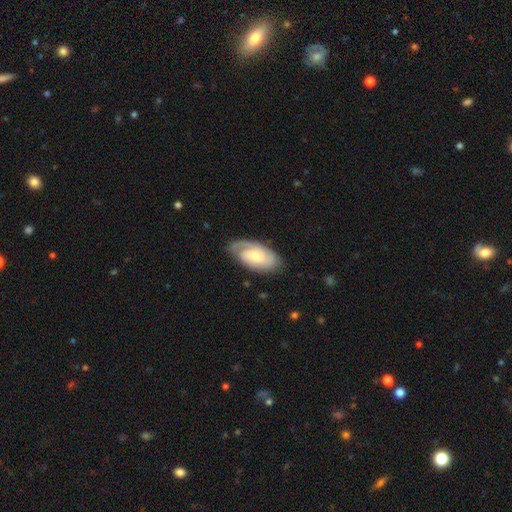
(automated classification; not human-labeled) smooth_or_featured: featured or disk (p=0.73) [alt: smooth p=0.22]
disk_edge_on: no (p=0.94) [alt: yes p=0.06]
bar: no (p=0.62) [alt: weak p=0.31]
has_spiral_arms: yes (p=0.92) [alt: no p=0.08]
spiral_winding: tight (p=0.55) [alt: medium p=0.34]
spiral_arm_count: 2 (p=0.48) [alt: 1 p=0.22]
bulge_size: moderate (p=0.48) [alt: small p=0.46]
merging: none (p=0.75) [alt: minor disturbance p=0.18]